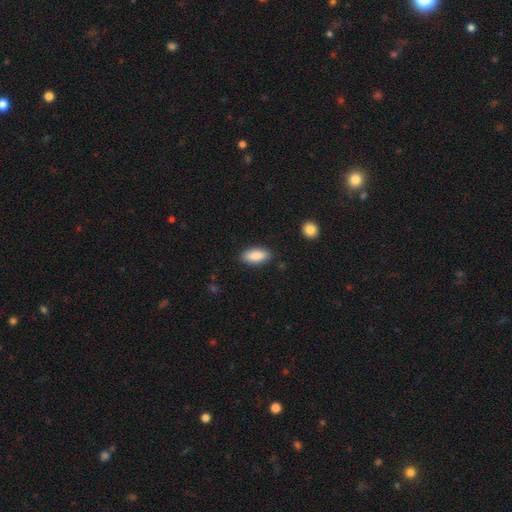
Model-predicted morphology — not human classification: The model was most divided on "how rounded": in between: 87%, cigar-shaped: 11%, round: 2%. More confident: smooth or featured — smooth (88%); merging — none (86%).